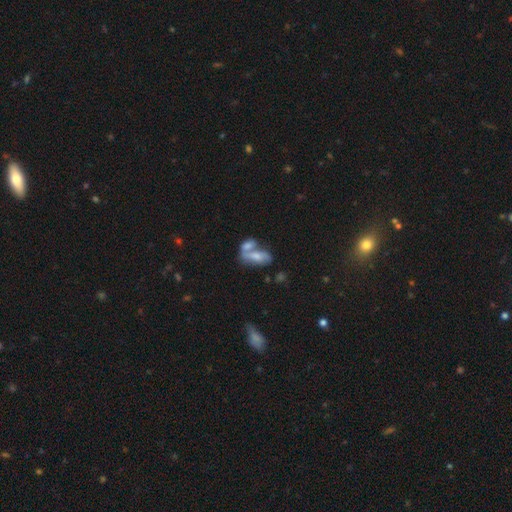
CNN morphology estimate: A smooth galaxy with no disk features (61%) that is in between round and cigar-shaped (84%). Merging: merger (64%).